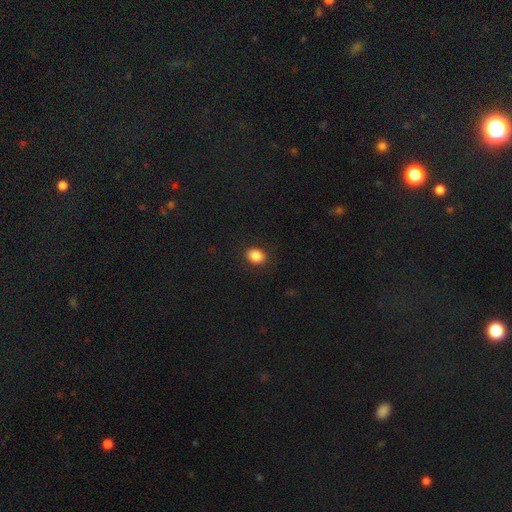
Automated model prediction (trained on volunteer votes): Morphology: type=smooth (86%); roundness=round (52%); merging=none (89%).